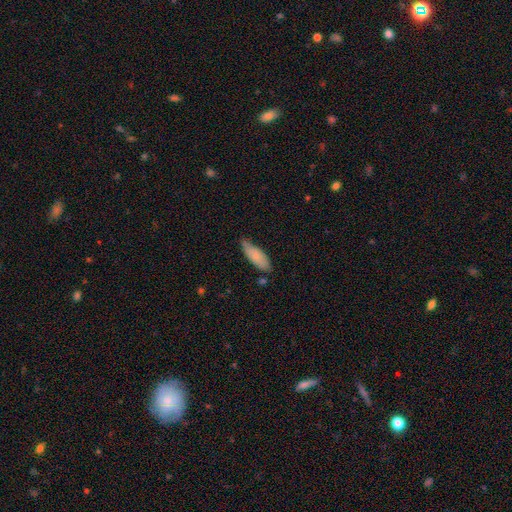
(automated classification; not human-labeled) This appears to be a smooth galaxy with no disk features (78%) that is in between round and cigar-shaped (65%). Merging: none (65%).